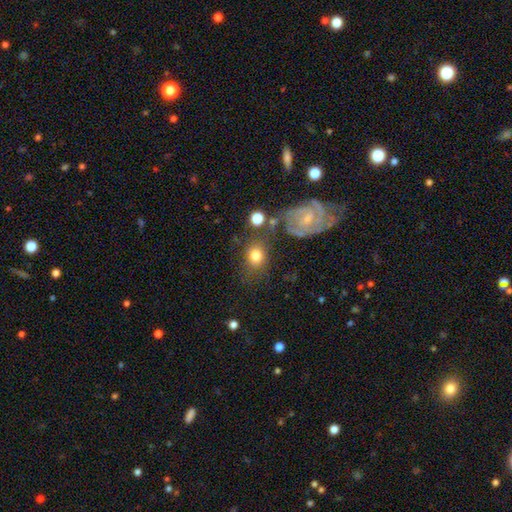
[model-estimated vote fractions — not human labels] A smooth galaxy with no disk features (72%) that is round (56%). Merging: none (61%).